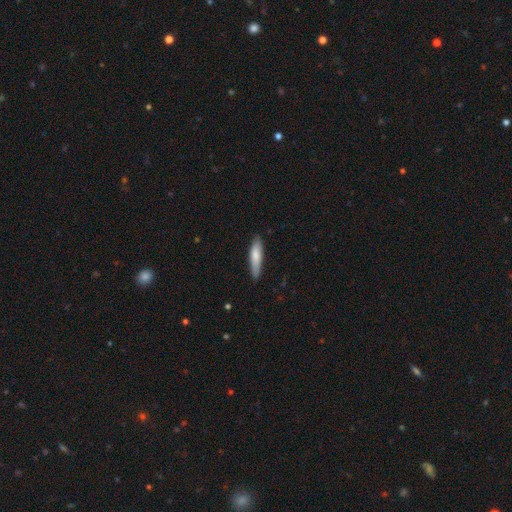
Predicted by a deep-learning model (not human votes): smooth 76%, featured or disk 19%, star or artifact 5%. Down the decision tree: how rounded — cigar-shaped (78%); merging — none (84%).